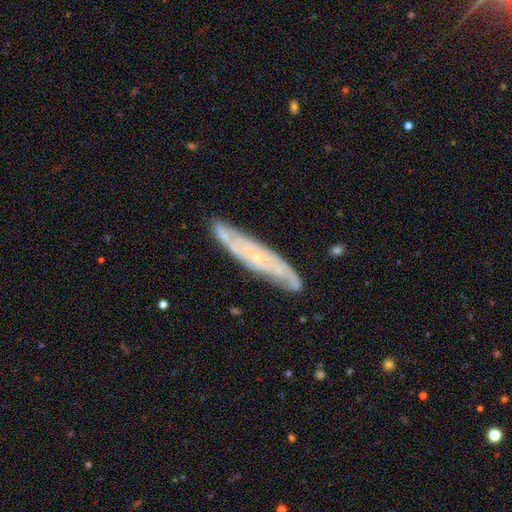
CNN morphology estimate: type=featured or disk (76%); edge-on=no (59%); merging=none (81%).